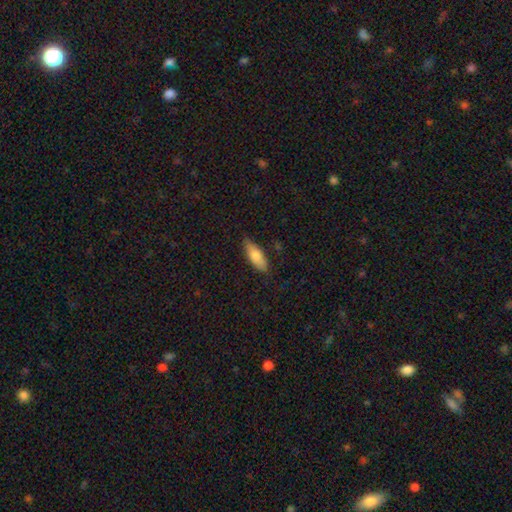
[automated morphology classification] type=smooth (76%); roundness=in between (68%); merging=none (80%).